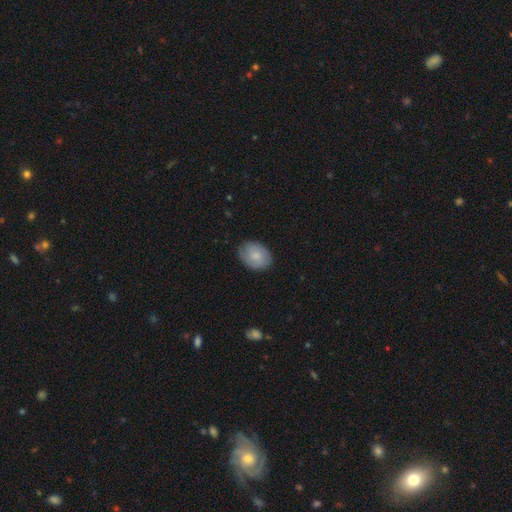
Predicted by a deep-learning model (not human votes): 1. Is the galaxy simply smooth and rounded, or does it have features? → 80% smooth, 14% featured or disk, 6% star or artifact.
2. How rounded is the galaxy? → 67% in between, 32% round, 1% cigar-shaped.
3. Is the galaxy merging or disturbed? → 83% none, 14% minor disturbance, 3% major disturbance, 1% merger.